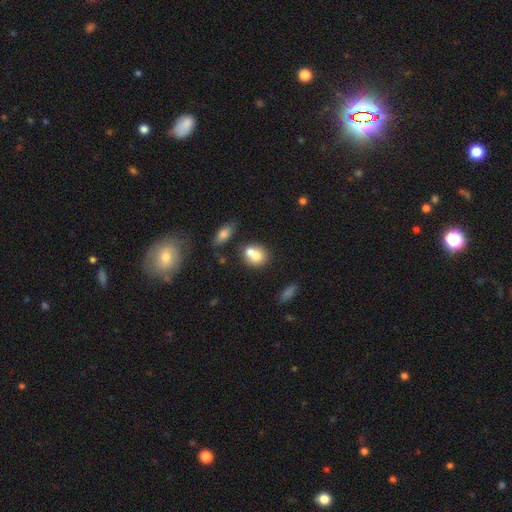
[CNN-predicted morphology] smooth-or-featured: smooth: 70% | featured or disk: 20% | star or artifact: 10%
  how-rounded: round: 64% | in between: 35% | cigar-shaped: 1%
  merging: merger: 52% | none: 35% | minor disturbance: 9% | major disturbance: 3%